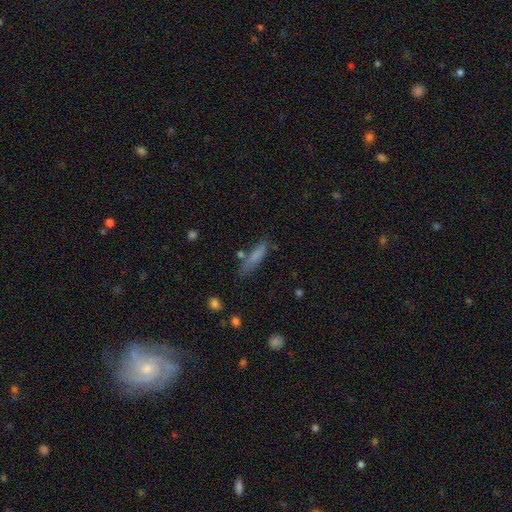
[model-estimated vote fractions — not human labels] This appears to be a smooth galaxy with no disk features (77%) that is cigar-shaped (74%). Merging: none (71%).